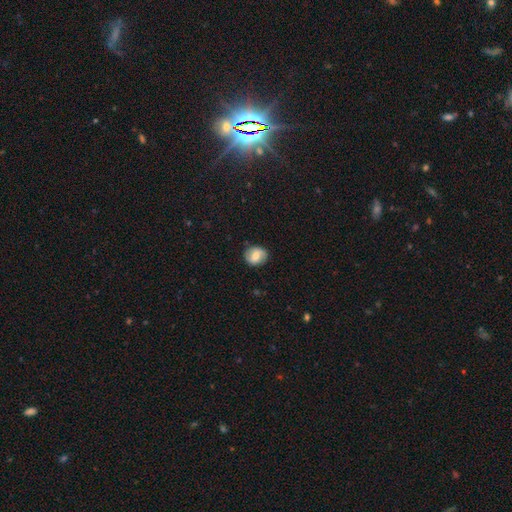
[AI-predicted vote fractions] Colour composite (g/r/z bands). It shows a smooth galaxy with no disk features (56%) that is round (70%). Merging: none (83%).